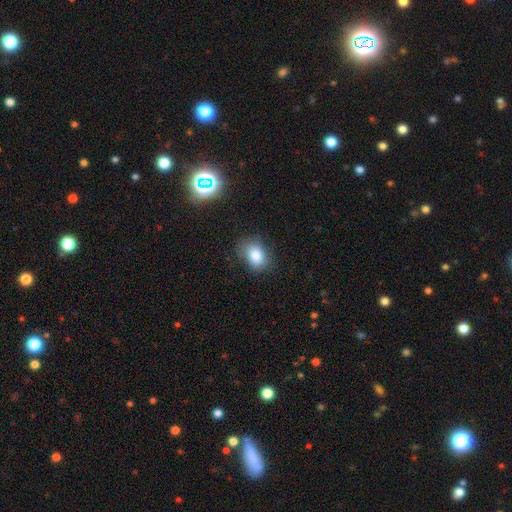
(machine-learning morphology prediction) smooth_or_featured: smooth (p=0.81) [alt: star or artifact p=0.11]
how_rounded: in between (p=0.69) [alt: round p=0.30]
merging: none (p=0.75) [alt: minor disturbance p=0.19]